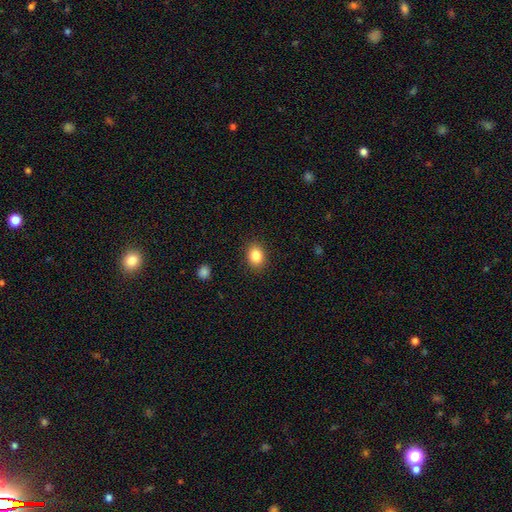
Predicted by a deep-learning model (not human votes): Smooth or featured? smooth (85%)
How rounded? in between (58%)
Merging? none (89%)